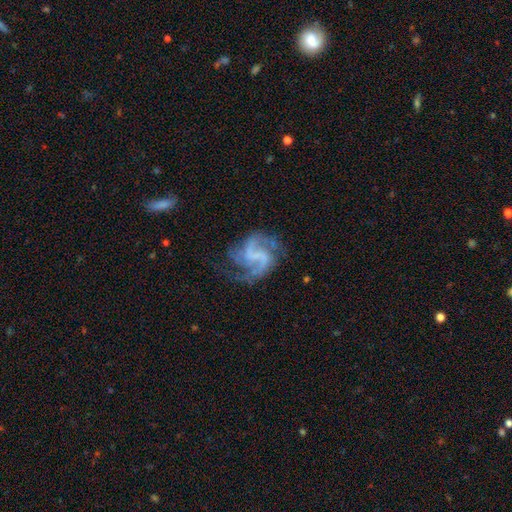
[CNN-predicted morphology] The model was most divided on "spiral winding": medium: 51%, loose: 34%, tight: 15%. Remaining: edge-on disk — no (98%); spiral arms — yes (97%); smooth or featured — featured or disk (88%); spiral arm count — 2 (69%); merging — none (66%); bulge size — none (61%); bar — weak (47%).